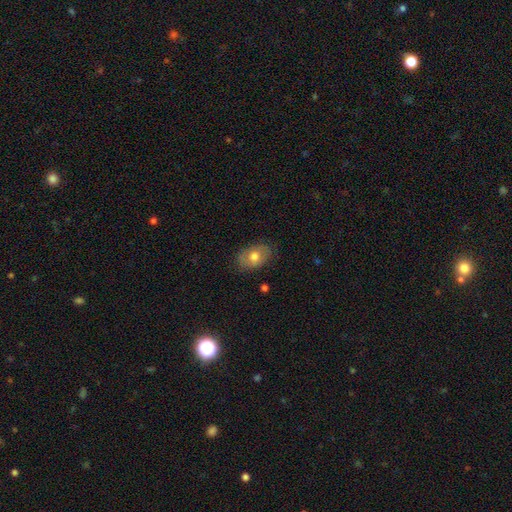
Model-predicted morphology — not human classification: type=smooth (64%); roundness=in between (84%); merging=none (82%).